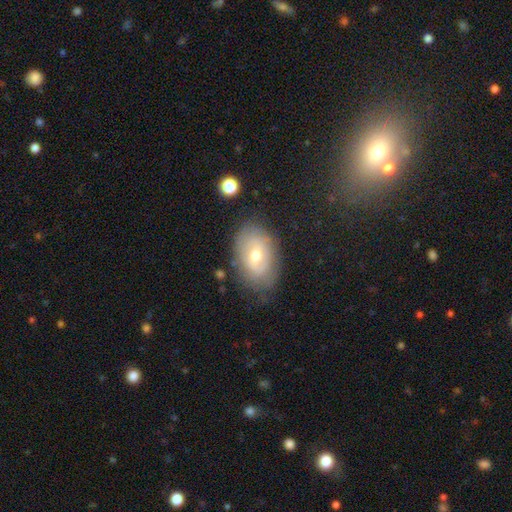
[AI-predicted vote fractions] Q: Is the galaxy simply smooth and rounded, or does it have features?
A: featured or disk — 46%.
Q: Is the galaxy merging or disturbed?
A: none — 73%.